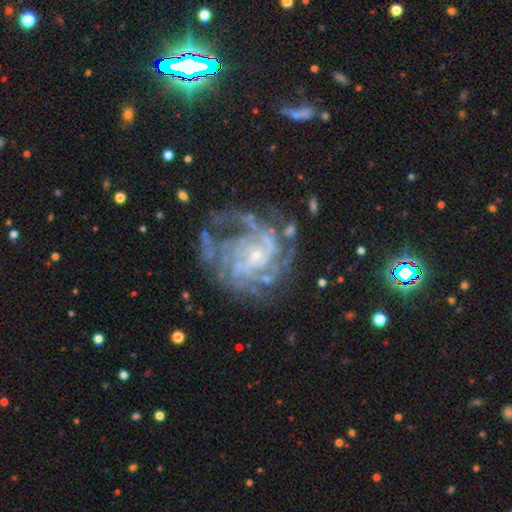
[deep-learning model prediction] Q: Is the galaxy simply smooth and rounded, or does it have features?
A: featured or disk — 87%.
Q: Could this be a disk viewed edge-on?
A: no — 98%.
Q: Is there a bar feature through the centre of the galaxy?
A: no — 65%.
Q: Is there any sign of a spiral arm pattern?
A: yes — 94%.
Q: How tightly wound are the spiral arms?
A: tight — 58%.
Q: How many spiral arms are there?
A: can't tell — 29%.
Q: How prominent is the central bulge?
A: small — 80%.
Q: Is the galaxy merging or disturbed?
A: none — 58%.